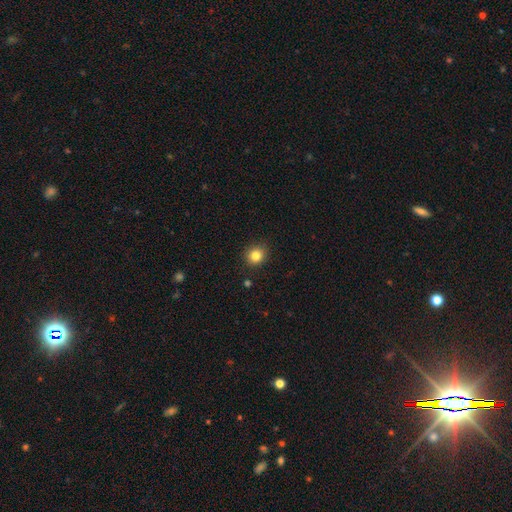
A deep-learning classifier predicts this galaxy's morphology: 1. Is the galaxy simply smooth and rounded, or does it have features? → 83% smooth, 11% star or artifact, 6% featured or disk.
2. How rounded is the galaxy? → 83% round, 16% in between, 1% cigar-shaped.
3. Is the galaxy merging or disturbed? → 89% none, 7% minor disturbance, 2% major disturbance, 1% merger.